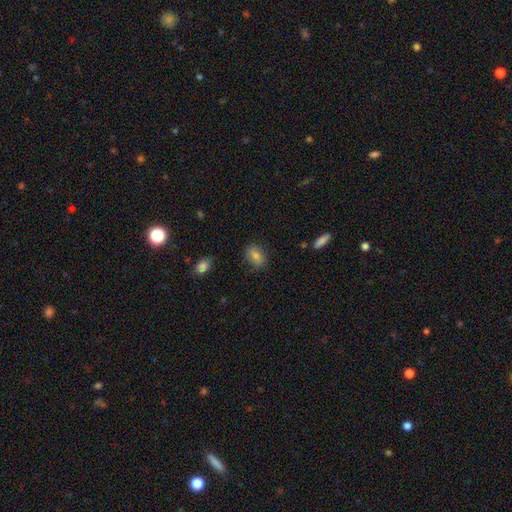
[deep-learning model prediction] Smooth or featured? Predicted: smooth (p=0.74). How rounded? Predicted: in between (p=0.82). Merging? Predicted: none (p=0.83).